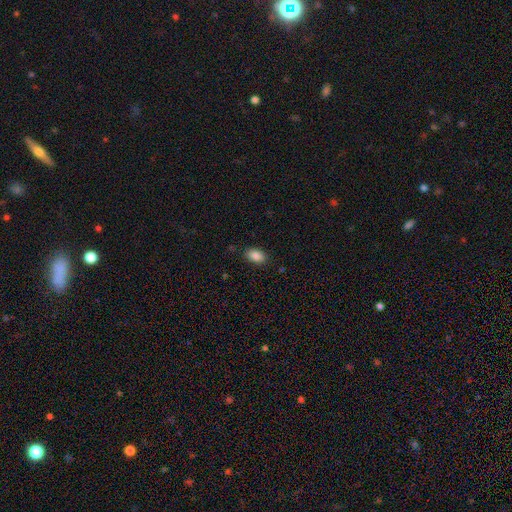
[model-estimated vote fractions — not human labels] The model was most divided on "merging": none: 87%, minor disturbance: 10%, major disturbance: 3%, merger: 1%. More confident: how rounded — in between (91%); smooth or featured — smooth (88%).